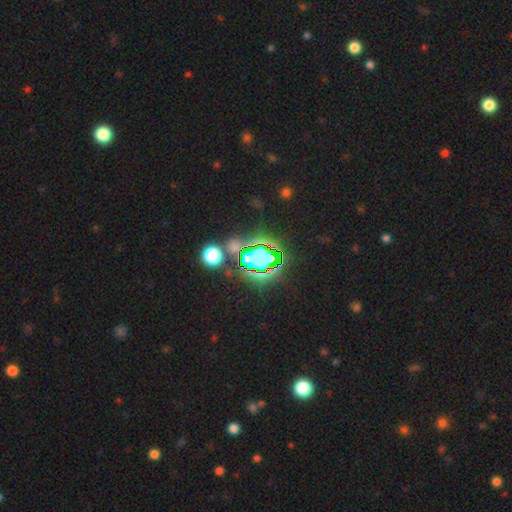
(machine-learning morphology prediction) type=star or artifact (83%).